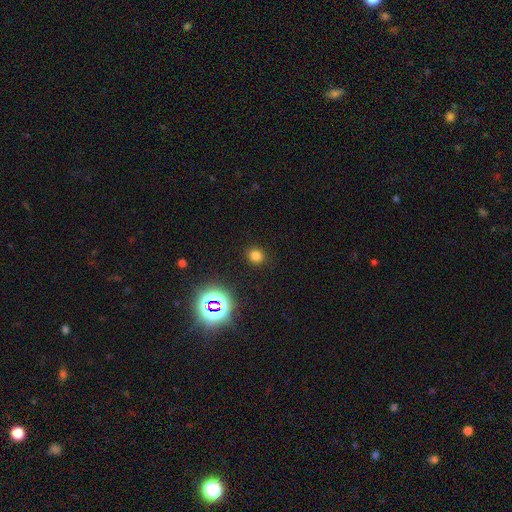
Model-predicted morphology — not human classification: Smooth or featured? Predicted: smooth (p=0.74). How rounded? Predicted: round (p=0.81). Merging? Predicted: none (p=0.90).